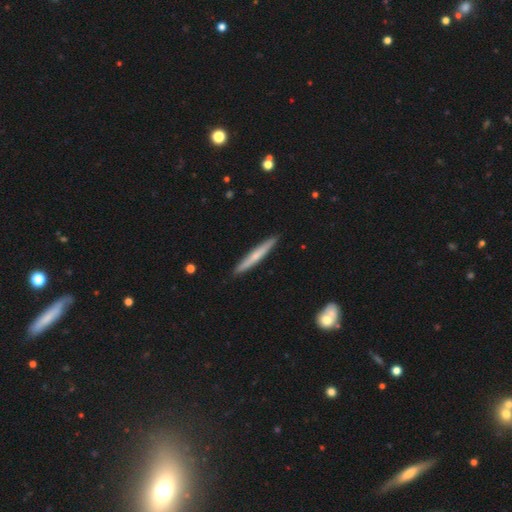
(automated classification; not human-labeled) A smooth galaxy with no disk features (53%) that is cigar-shaped (96%).

Vote fractions:
- Smooth or featured? smooth: 53% / featured or disk: 42% / star or artifact: 5%
- How rounded? cigar-shaped: 96% / in between: 3% / round: 1%
- Merging? none: 91% / minor disturbance: 7% / major disturbance: 1% / merger: 1%